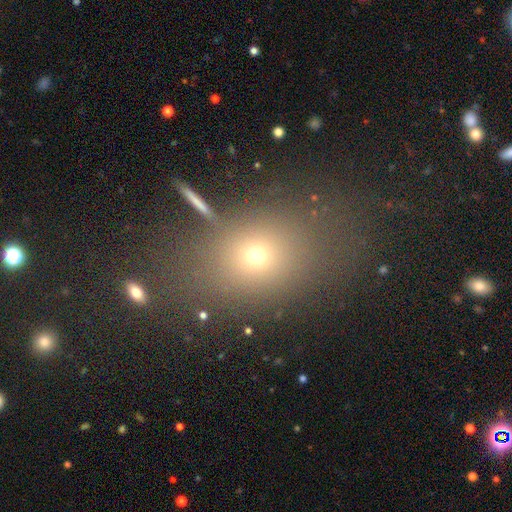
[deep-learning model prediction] Overall: smooth (67%). How rounded: in between (55%; round 41%). Merging: none (69%).